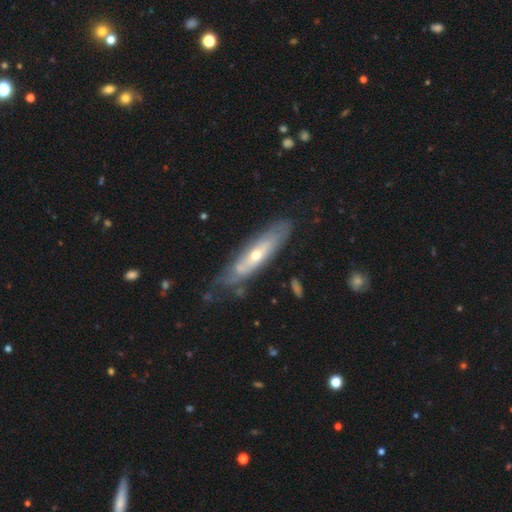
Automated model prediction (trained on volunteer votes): Smooth or featured: featured or disk — 66% (smooth — 28%)
Edge-on disk: no — 58% (yes — 42%)
Merging: none — 66% (minor disturbance — 24%)